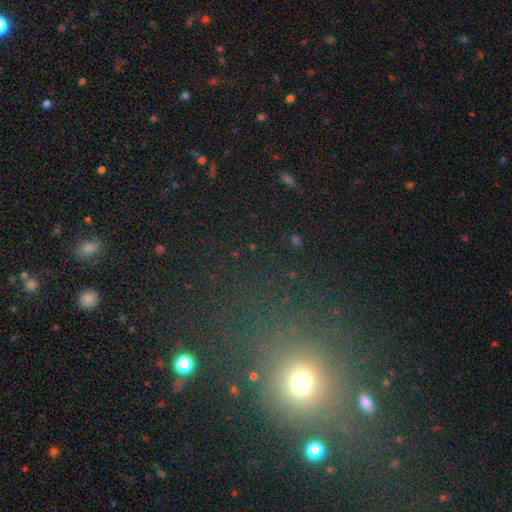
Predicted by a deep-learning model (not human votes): Smooth or featured?
  - star or artifact: 48% *
  - smooth: 43%
  - featured or disk: 8%